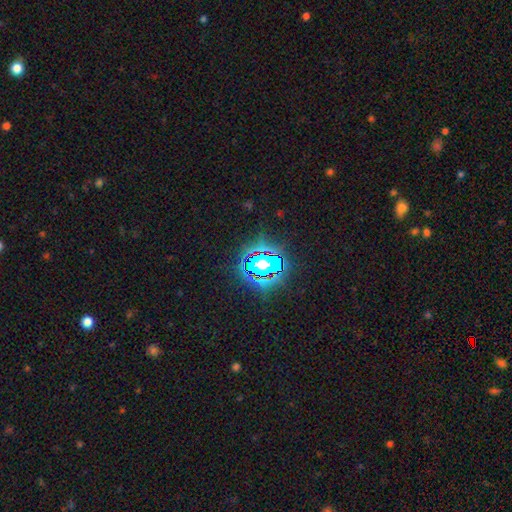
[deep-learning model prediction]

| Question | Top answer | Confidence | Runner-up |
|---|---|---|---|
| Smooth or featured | star or artifact | 80% | smooth (13%) |